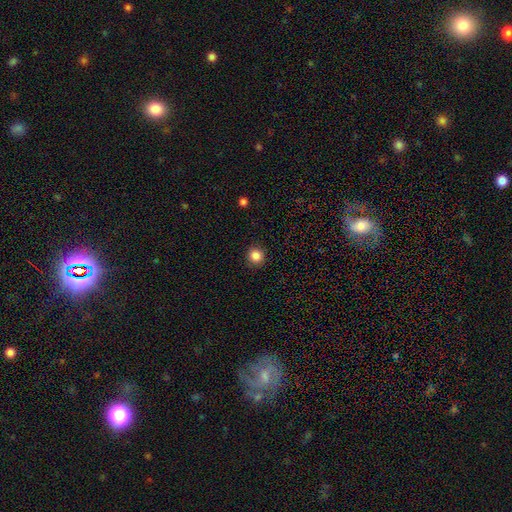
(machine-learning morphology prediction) Smooth or featured? smooth (86%)
How rounded? round (93%)
Merging? none (92%)